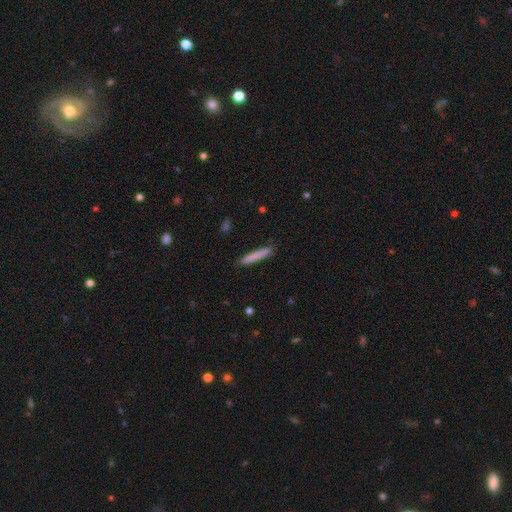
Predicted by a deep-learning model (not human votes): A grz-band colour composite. It shows a smooth galaxy with no disk features (79%) that is cigar-shaped (95%). Merging: none (89%).